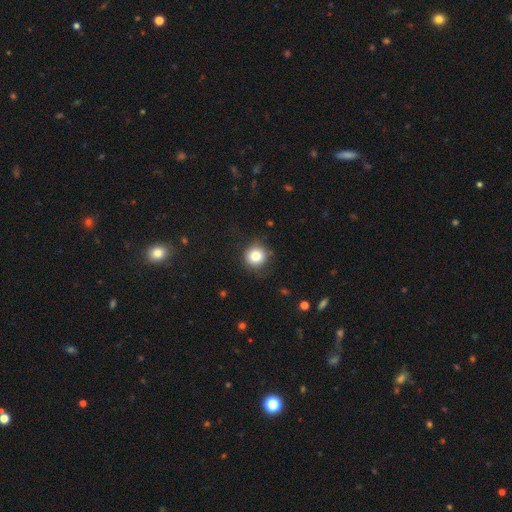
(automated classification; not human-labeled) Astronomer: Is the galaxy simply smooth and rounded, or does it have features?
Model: smooth — 83%.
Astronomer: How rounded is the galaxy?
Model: round — 91%.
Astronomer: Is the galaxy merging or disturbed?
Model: none — 82%.